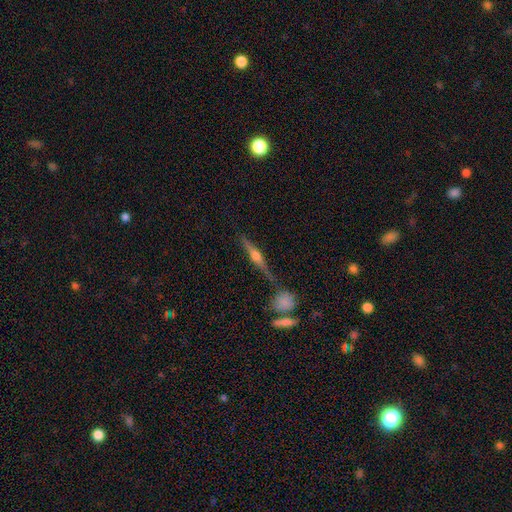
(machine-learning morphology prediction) Q: Smooth or featured?
A: featured or disk (76%); runner-up: smooth (16%)
Q: Edge-on disk?
A: yes (97%); runner-up: no (3%)
Q: Edge-on bulge?
A: rounded (92%); runner-up: boxy (5%)
Q: Merging?
A: none (82%); runner-up: minor disturbance (10%)